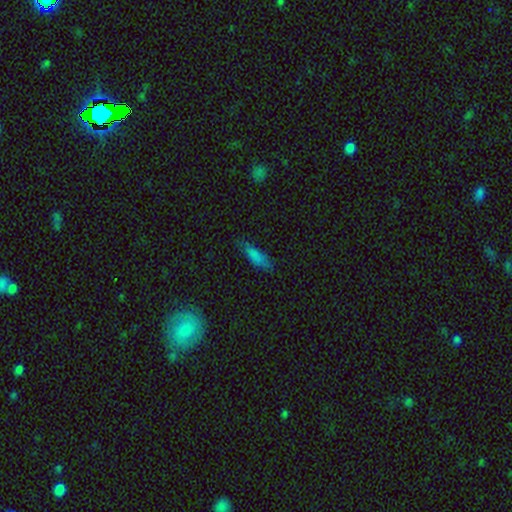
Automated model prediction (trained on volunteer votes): Smooth or featured? smooth (78%)
How rounded? in between (50%)
Merging? none (73%)